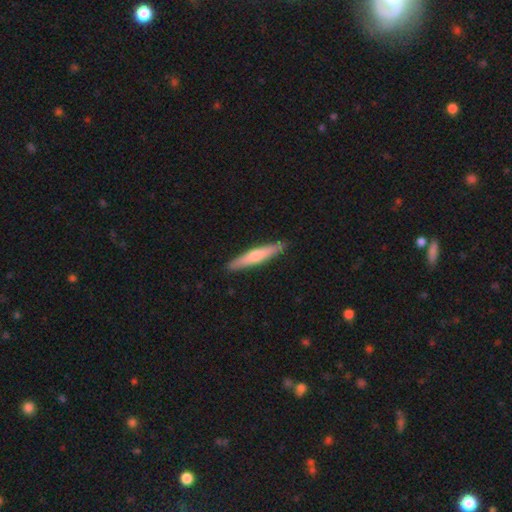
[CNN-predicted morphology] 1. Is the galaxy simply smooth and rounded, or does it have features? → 54% smooth, 41% featured or disk, 5% star or artifact.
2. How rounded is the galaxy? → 92% cigar-shaped, 7% in between, 1% round.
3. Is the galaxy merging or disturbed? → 90% none, 8% minor disturbance, 1% major disturbance, 1% merger.